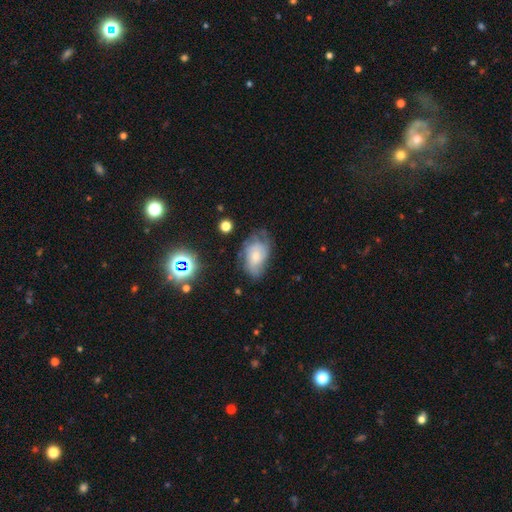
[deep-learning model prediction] smooth_or_featured: smooth (p=0.45) [tied with: featured or disk p=0.45]
merging: none (p=0.48) [alt: minor disturbance p=0.32]